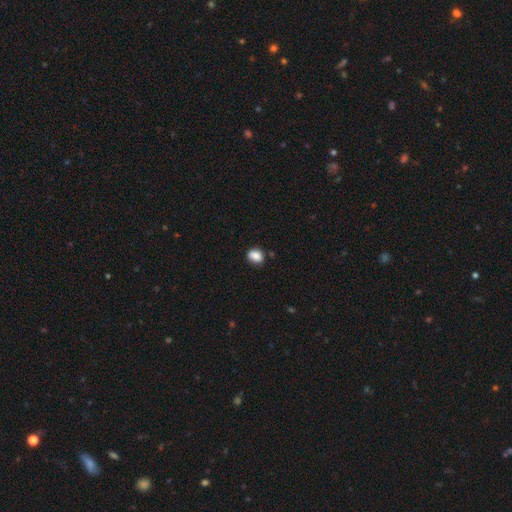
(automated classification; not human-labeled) Overall: smooth (85%). How rounded: in between (54%; round 45%). Merging: none (79%).